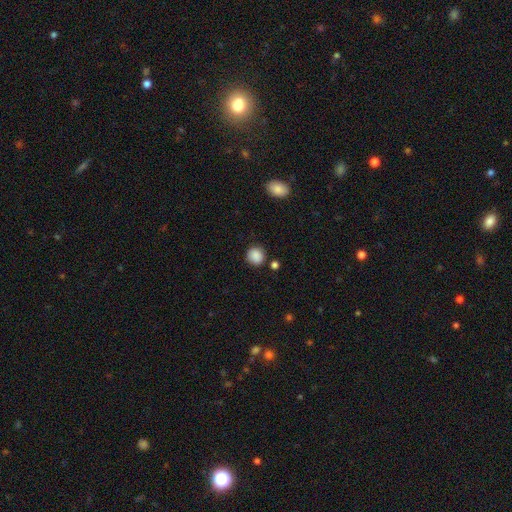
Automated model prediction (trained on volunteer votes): A smooth galaxy with no disk features (88%) that is round (88%). Merging: none (84%).